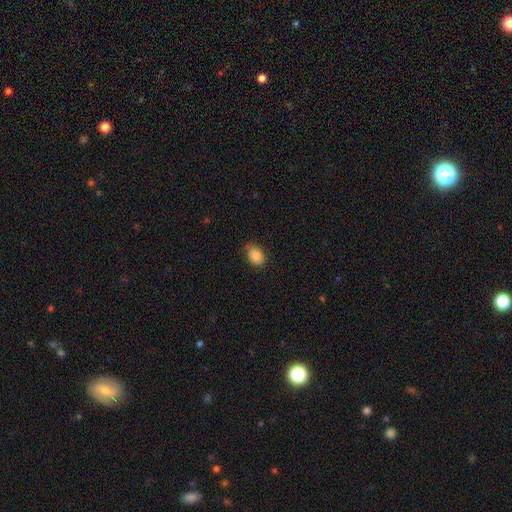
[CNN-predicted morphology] Smooth or featured?
  - smooth: 87% *
  - star or artifact: 8%
  - featured or disk: 5%
How rounded?
  - in between: 74% *
  - round: 25%
  - cigar-shaped: 1%
Merging?
  - none: 76% *
  - minor disturbance: 19%
  - major disturbance: 4%
  - merger: 1%